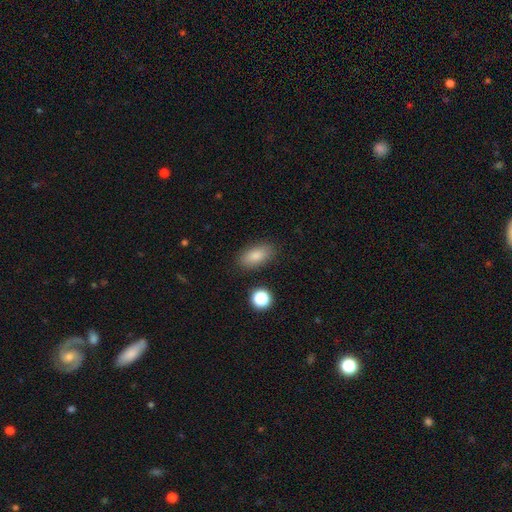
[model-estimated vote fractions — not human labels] smooth-or-featured: smooth: 84% | star or artifact: 8% | featured or disk: 8%
  how-rounded: in between: 88% | cigar-shaped: 7% | round: 5%
  merging: none: 85% | minor disturbance: 10% | major disturbance: 3% | merger: 2%